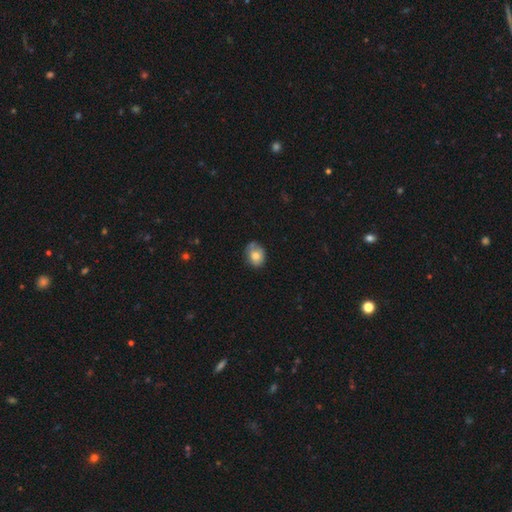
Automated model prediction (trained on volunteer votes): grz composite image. It shows a smooth galaxy with no disk features (75%) that is in between round and cigar-shaped (52%). Merging: none (62%).